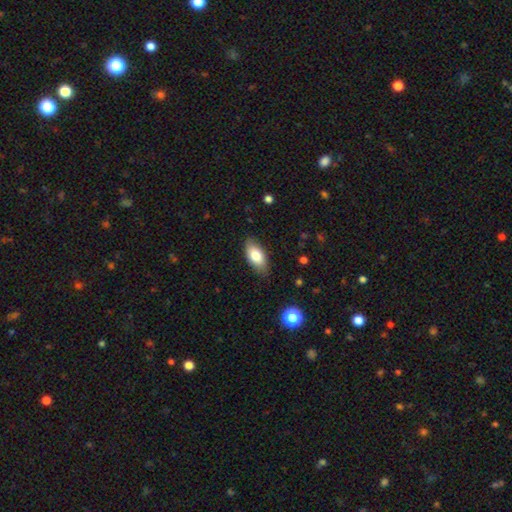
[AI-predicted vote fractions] This is likely a smooth galaxy (79%). How rounded: clearly in between (90%). Merging: clearly none (81%).